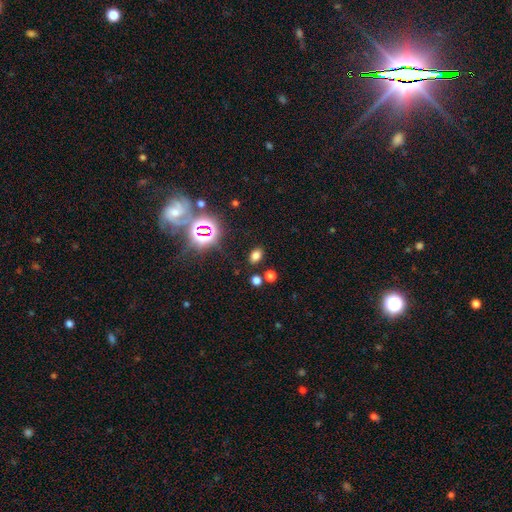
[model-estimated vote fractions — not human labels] A smooth galaxy with no disk features (68%) that is in between round and cigar-shaped (79%).

Vote fractions:
- Smooth or featured? smooth: 68% / star or artifact: 25% / featured or disk: 7%
- How rounded? in between: 79% / round: 19% / cigar-shaped: 2%
- Merging? none: 82% / minor disturbance: 10% / merger: 5% / major disturbance: 4%